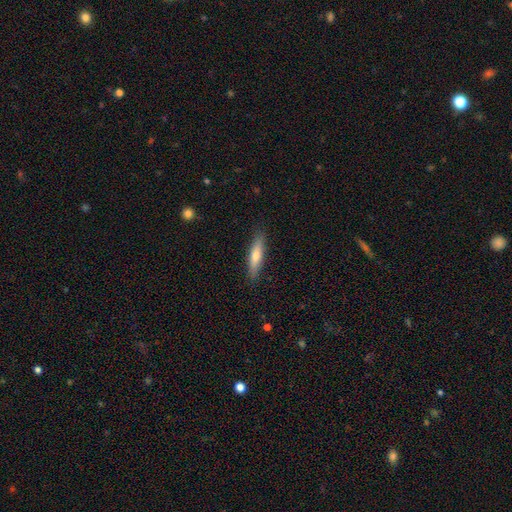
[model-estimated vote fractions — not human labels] smooth_or_featured: smooth (p=0.59) [alt: featured or disk p=0.35]
how_rounded: cigar-shaped (p=0.80) [alt: in between p=0.18]
merging: none (p=0.89) [alt: minor disturbance p=0.08]